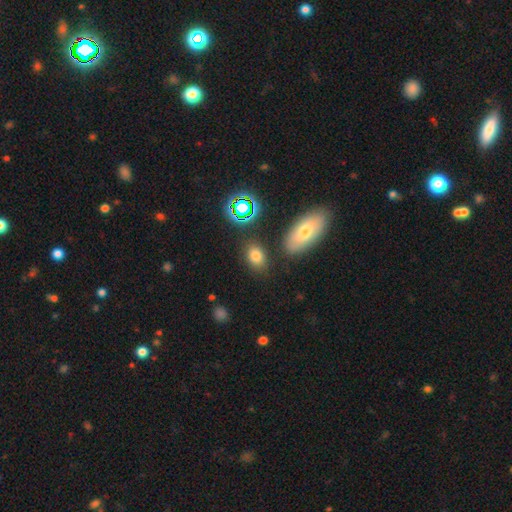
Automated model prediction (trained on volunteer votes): Smooth or featured? smooth (76%)
How rounded? in between (76%)
Merging? none (81%)